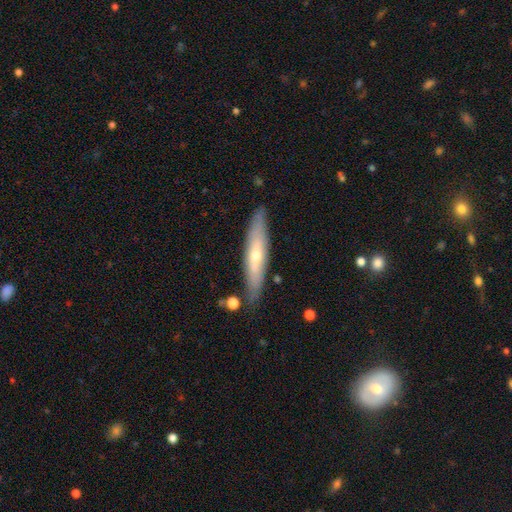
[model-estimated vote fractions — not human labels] Overall: featured or disk (49%; smooth 45%). Merging: none (83%).